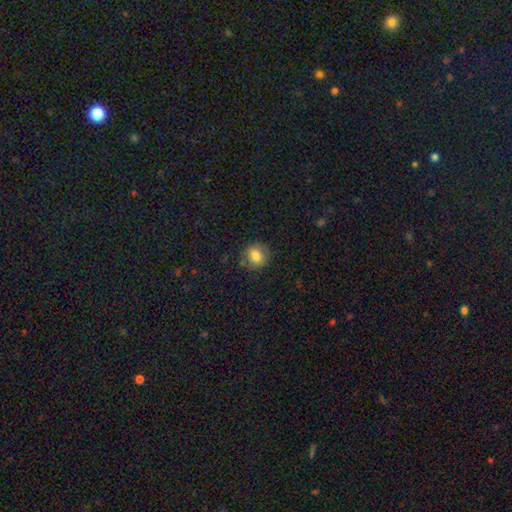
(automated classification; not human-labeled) smooth 82%, star or artifact 10%, featured or disk 8%. Down the decision tree: how rounded — round (83%); merging — none (83%).